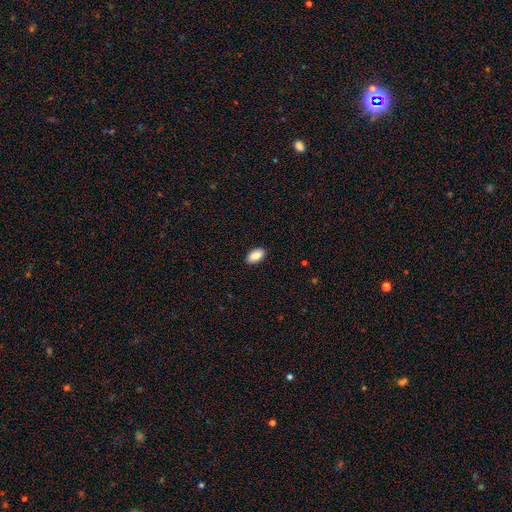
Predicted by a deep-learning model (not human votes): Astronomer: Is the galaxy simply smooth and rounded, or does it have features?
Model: smooth — 87%.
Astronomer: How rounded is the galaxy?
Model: in between — 94%.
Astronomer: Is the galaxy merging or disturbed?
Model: none — 89%.